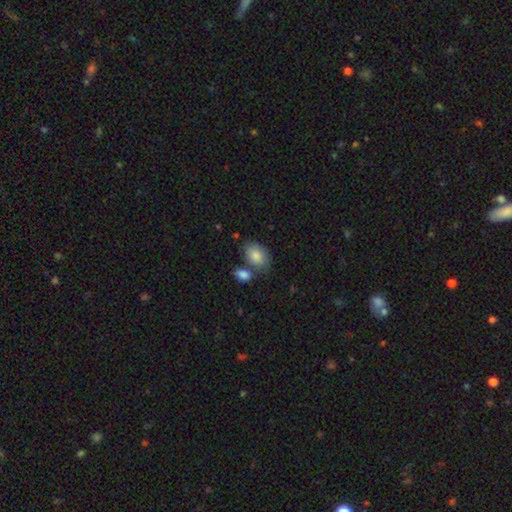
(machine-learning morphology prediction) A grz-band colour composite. It shows a smooth galaxy with no disk features (83%) that is in between round and cigar-shaped (83%). Merging: none (53%).